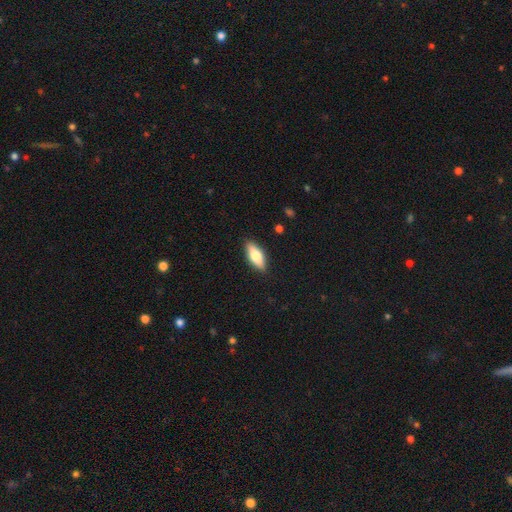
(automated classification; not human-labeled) Smooth or featured?
  - smooth: 71% *
  - featured or disk: 23%
  - star or artifact: 6%
How rounded?
  - in between: 73% *
  - cigar-shaped: 25%
  - round: 2%
Merging?
  - none: 89% *
  - minor disturbance: 9%
  - major disturbance: 2%
  - merger: 1%